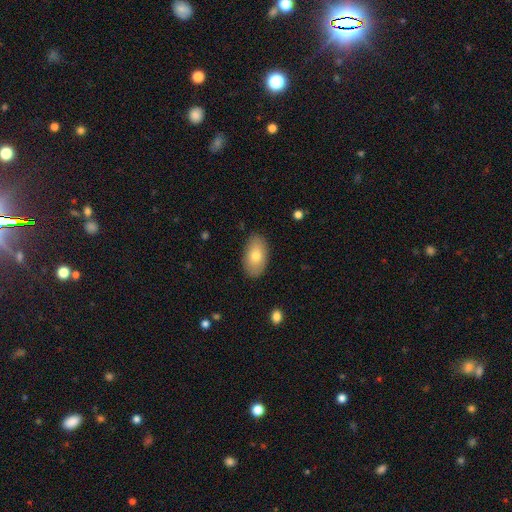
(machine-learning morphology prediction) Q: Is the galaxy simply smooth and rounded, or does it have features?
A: smooth — 76%.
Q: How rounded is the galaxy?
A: in between — 93%.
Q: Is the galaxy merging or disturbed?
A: none — 86%.